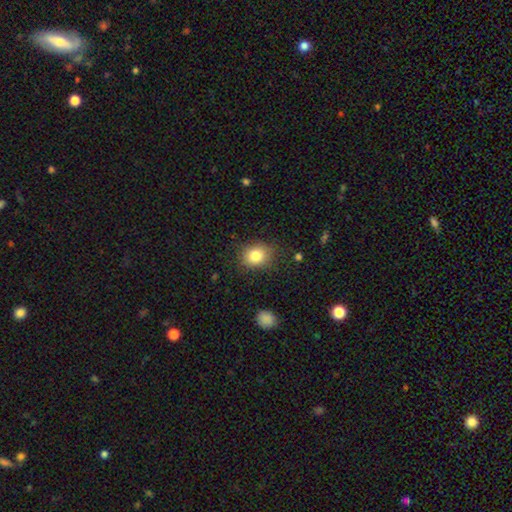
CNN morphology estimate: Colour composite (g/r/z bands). It shows a smooth galaxy with no disk features (82%) that is round (56%). Merging: none (81%).